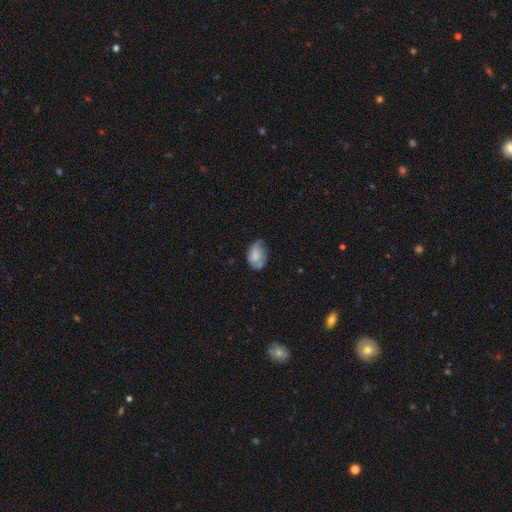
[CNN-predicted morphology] Smooth or featured? Predicted: smooth (p=0.59). How rounded? Predicted: in between (p=0.83). Merging? Predicted: none (p=0.40).